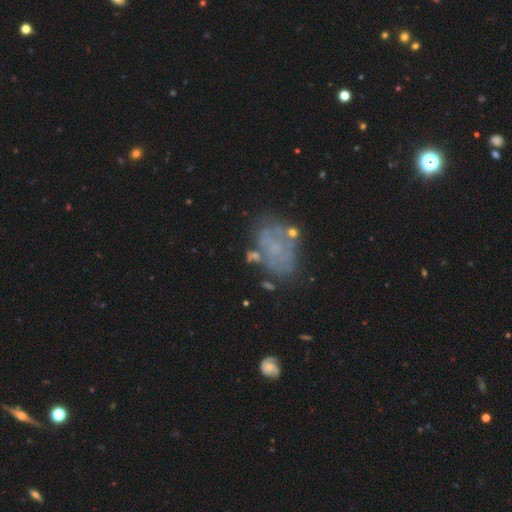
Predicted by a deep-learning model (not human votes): smooth_or_featured: featured or disk (p=0.55) [alt: smooth p=0.32]
disk_edge_on: no (p=0.97) [alt: yes p=0.03]
bar: no (p=0.89) [alt: weak p=0.09]
has_spiral_arms: no (p=0.76) [alt: yes p=0.24]
bulge_size: none (p=0.69) [alt: small p=0.20]
merging: none (p=0.46) [alt: minor disturbance p=0.23]